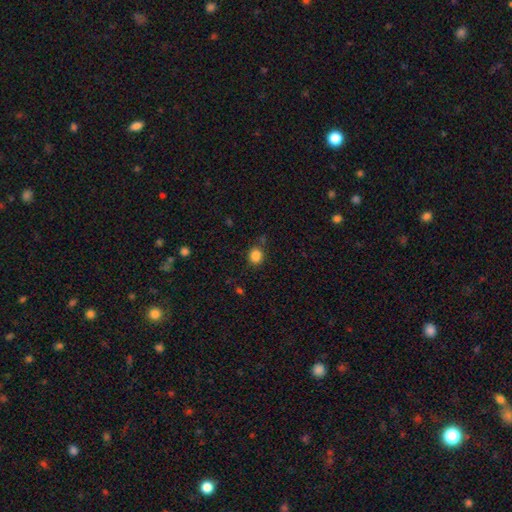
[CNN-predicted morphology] Overall: smooth (85%). How rounded: round (76%). Merging: none (80%).